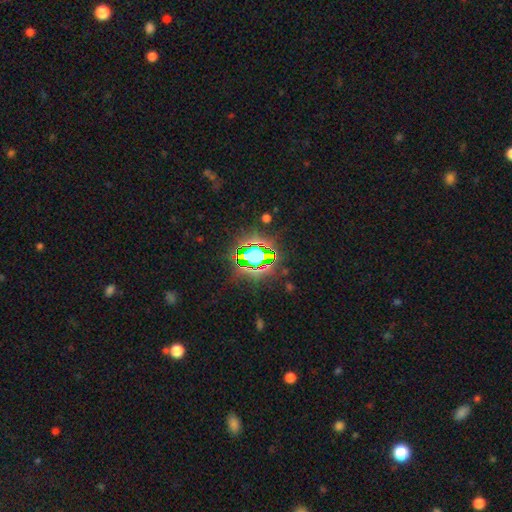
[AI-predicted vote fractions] smooth_or_featured: star or artifact (p=0.72) [alt: smooth p=0.17]